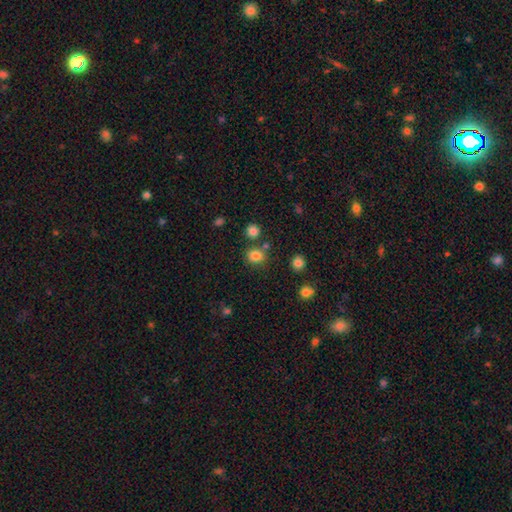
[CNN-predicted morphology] Smooth or featured?
  - smooth: 81% *
  - star or artifact: 14%
  - featured or disk: 5%
How rounded?
  - round: 78% *
  - in between: 21%
  - cigar-shaped: 1%
Merging?
  - none: 77% *
  - merger: 10%
  - minor disturbance: 9%
  - major disturbance: 4%